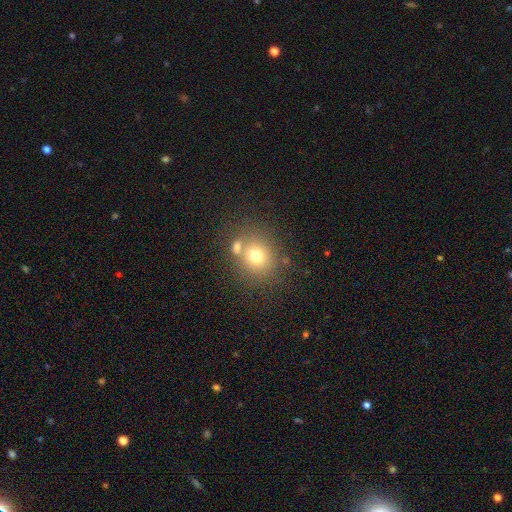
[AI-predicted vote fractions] smooth_or_featured: smooth (p=0.71) [alt: star or artifact p=0.15]
how_rounded: round (p=0.79) [alt: in between p=0.20]
merging: none (p=0.61) [alt: merger p=0.23]